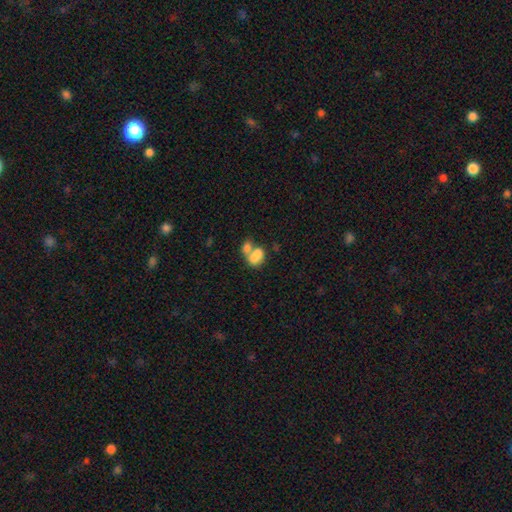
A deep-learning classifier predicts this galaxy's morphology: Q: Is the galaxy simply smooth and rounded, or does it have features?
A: smooth — 73%.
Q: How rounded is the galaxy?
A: in between — 77%.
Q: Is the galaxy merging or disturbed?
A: merger — 67%.